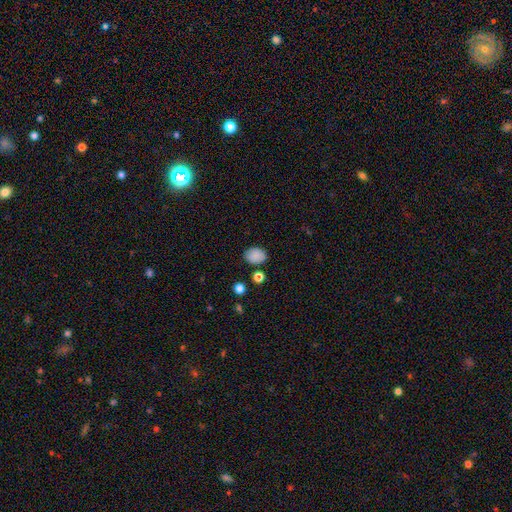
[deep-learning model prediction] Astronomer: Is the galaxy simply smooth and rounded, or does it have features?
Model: smooth — 85%.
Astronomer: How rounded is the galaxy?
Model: in between — 64%.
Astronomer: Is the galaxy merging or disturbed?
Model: none — 79%.